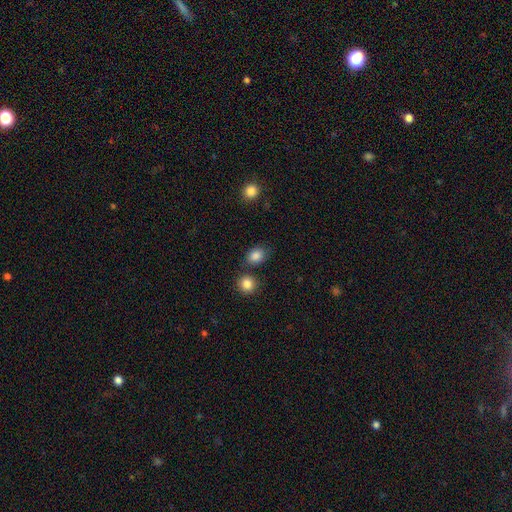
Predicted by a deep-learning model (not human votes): smooth 85%, star or artifact 10%, featured or disk 5%. Down the decision tree: how rounded — in between (50%); merging — none (72%).